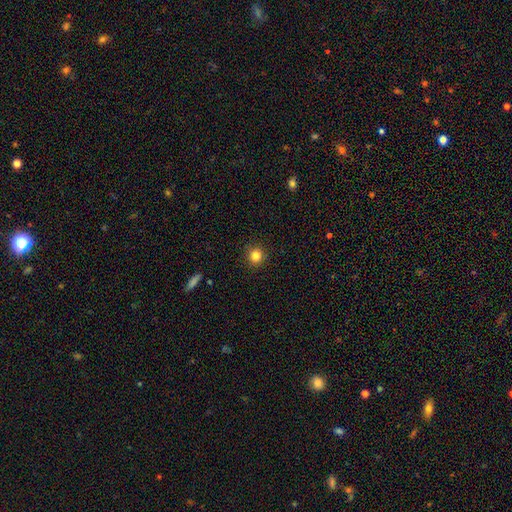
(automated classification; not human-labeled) A smooth galaxy with no disk features (84%) that is round (93%).

Vote fractions:
- Smooth or featured? smooth: 84% / star or artifact: 11% / featured or disk: 5%
- How rounded? round: 93% / in between: 6% / cigar-shaped: 1%
- Merging? none: 91% / minor disturbance: 6% / major disturbance: 2% / merger: 1%